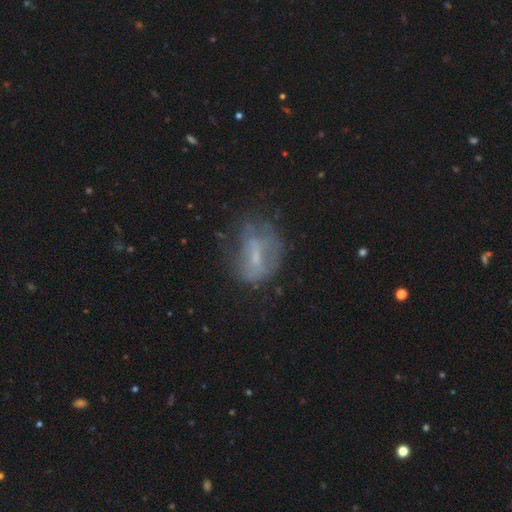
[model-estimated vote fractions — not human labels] This is possibly a featured or disk galaxy (48%). Merging: possibly none (51%).